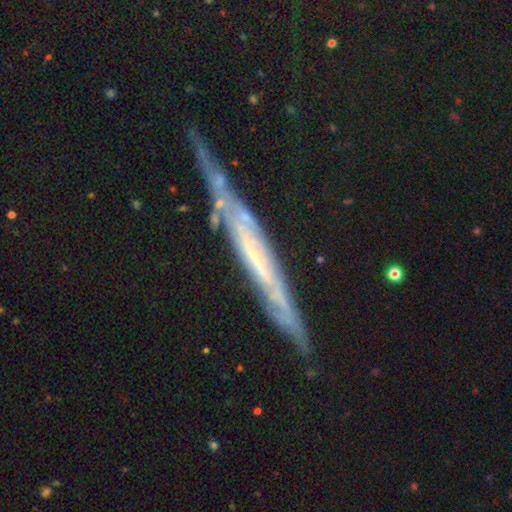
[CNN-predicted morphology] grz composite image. It shows a featured or disk galaxy (68%) viewed edge-on (75%) with no central bulge (77%). Merging: none (67%).